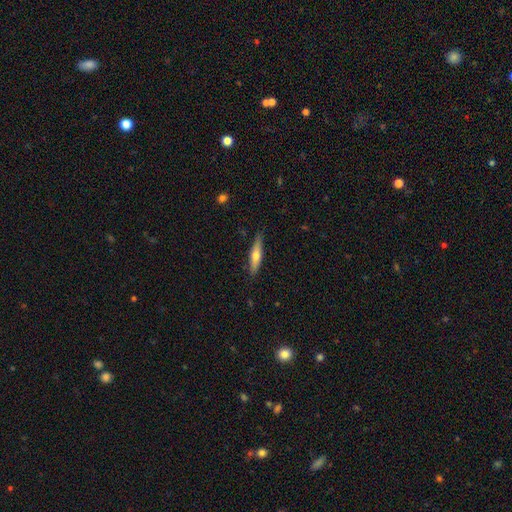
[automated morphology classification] This appears to be a smooth galaxy with no disk features (52%) that is cigar-shaped (81%). Merging: none (86%).